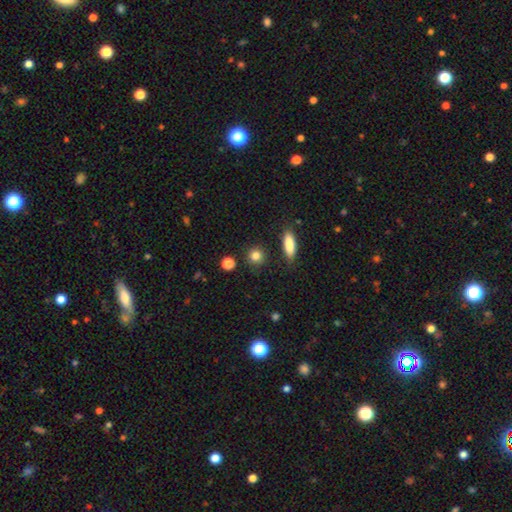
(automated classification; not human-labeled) Smooth or featured?
  - smooth: 84% *
  - star or artifact: 10%
  - featured or disk: 6%
How rounded?
  - round: 86% *
  - in between: 11%
  - cigar-shaped: 3%
Merging?
  - none: 87% *
  - minor disturbance: 7%
  - merger: 3%
  - major disturbance: 2%